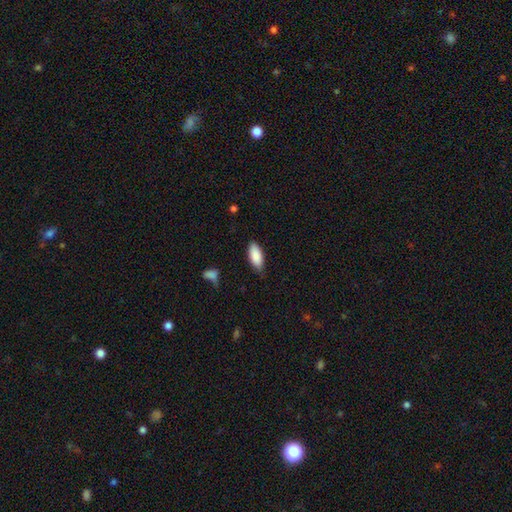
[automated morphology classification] This appears to be a smooth galaxy with no disk features (88%) that is in between round and cigar-shaped (85%). Merging: none (76%).